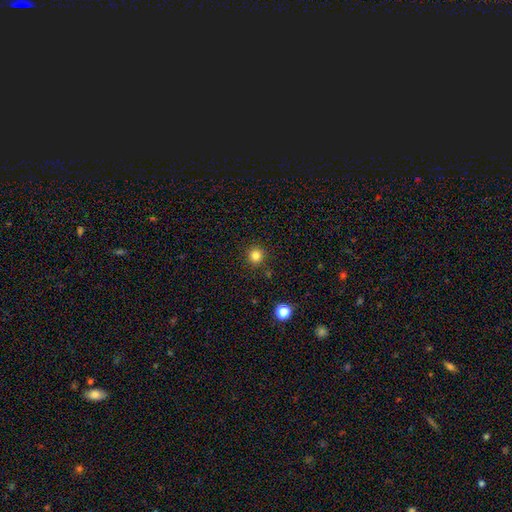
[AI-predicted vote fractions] Morphology: type=smooth (82%); roundness=round (95%); merging=none (91%).